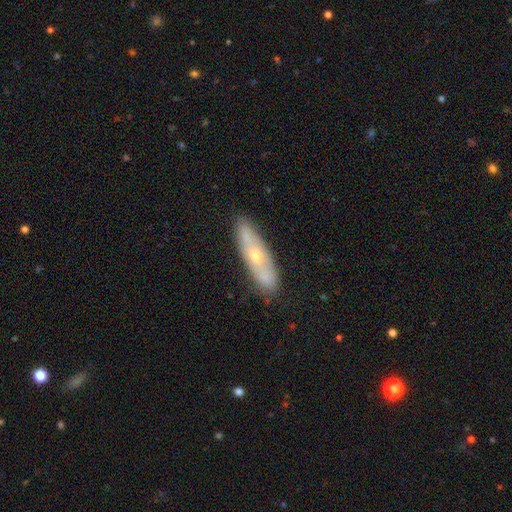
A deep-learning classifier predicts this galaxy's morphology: Overall: featured or disk (55%; smooth 38%). Edge-on disk: no (56%; yes 44%). Merging: none (83%).